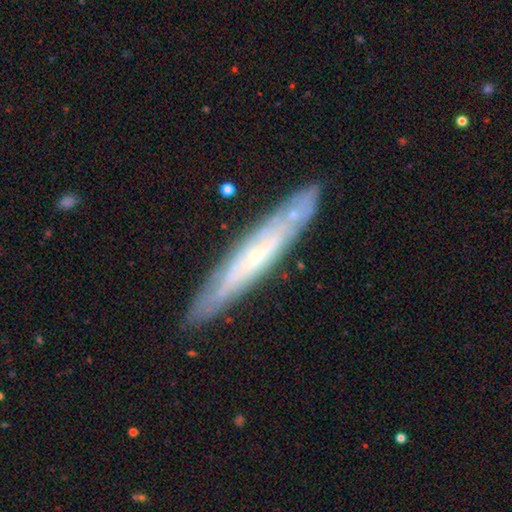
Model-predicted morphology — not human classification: This appears to be a featured or disk galaxy (69%) viewed edge-on (69%). Merging: none (84%).